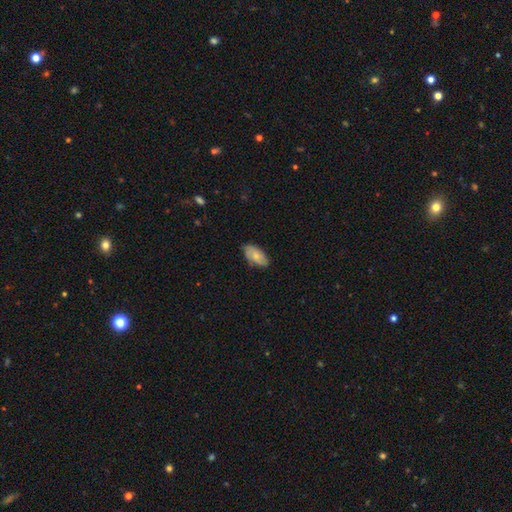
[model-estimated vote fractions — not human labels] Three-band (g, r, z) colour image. It shows a smooth galaxy with no disk features (65%) that is in between round and cigar-shaped (92%). Merging: none (76%).